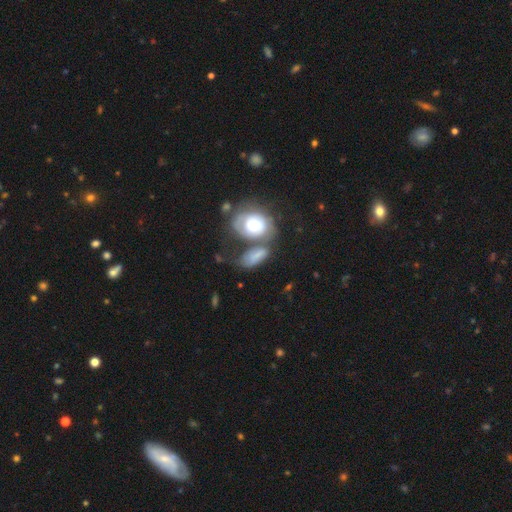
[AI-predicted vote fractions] This is possibly a smooth galaxy (59%). How rounded: clearly in between (81%). Merging: marginally merger (43%).